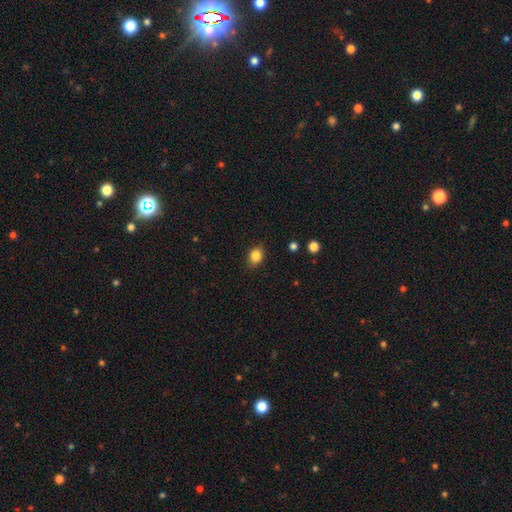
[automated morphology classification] Smooth or featured? smooth (84%)
How rounded? in between (55%)
Merging? none (86%)